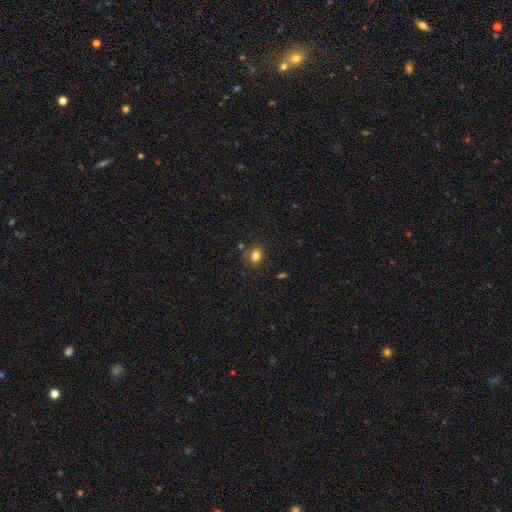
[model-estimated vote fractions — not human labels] Overall: smooth (81%). How rounded: in between (52%; round 47%). Merging: none (78%).